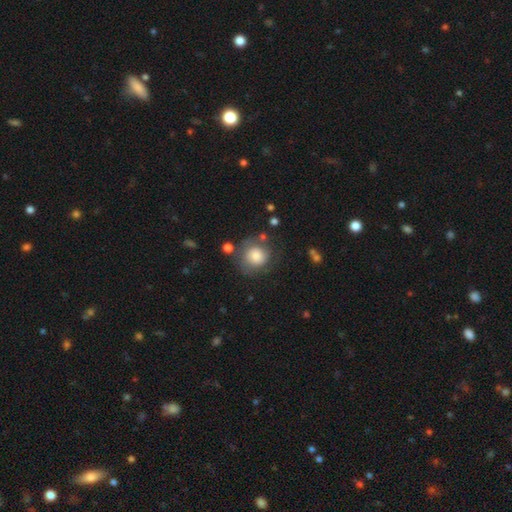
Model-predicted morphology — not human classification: type=smooth (75%); roundness=round (88%); merging=none (65%).